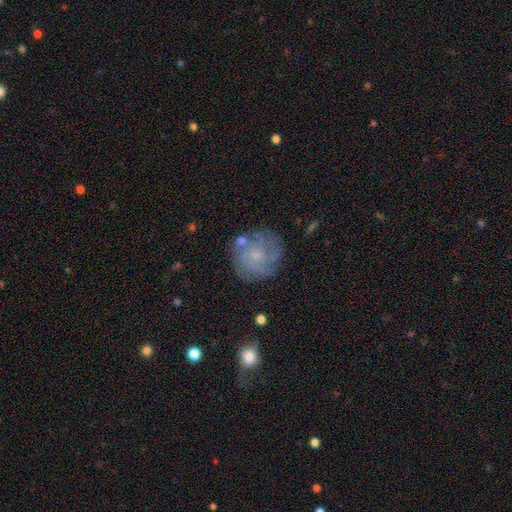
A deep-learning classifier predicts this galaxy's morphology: smooth-or-featured: featured or disk: 60% | smooth: 30% | star or artifact: 10%
  disk-edge-on: no: 98% | yes: 2%
    bar: no: 81% | weak: 17% | strong: 2%
    has-spiral-arms: yes: 81% | no: 19%
    bulge-size: small: 73% | moderate: 14% | none: 10% | large: 1% | dominant: 1%
  merging: none: 70% | minor disturbance: 17% | major disturbance: 8% | merger: 5%